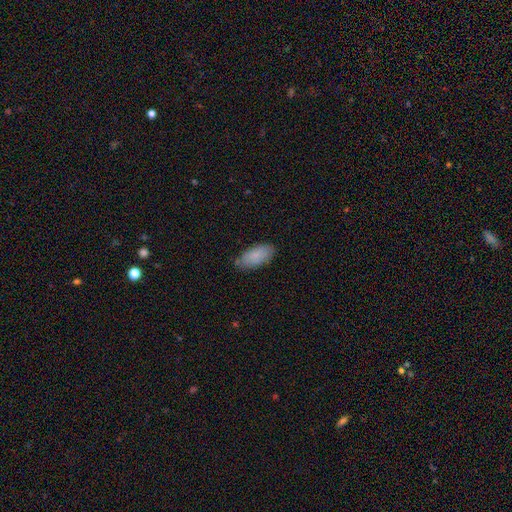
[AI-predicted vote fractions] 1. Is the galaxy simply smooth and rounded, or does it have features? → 84% smooth, 10% featured or disk, 6% star or artifact.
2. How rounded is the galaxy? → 92% in between, 6% cigar-shaped, 2% round.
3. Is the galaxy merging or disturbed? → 78% none, 17% minor disturbance, 3% major disturbance, 2% merger.